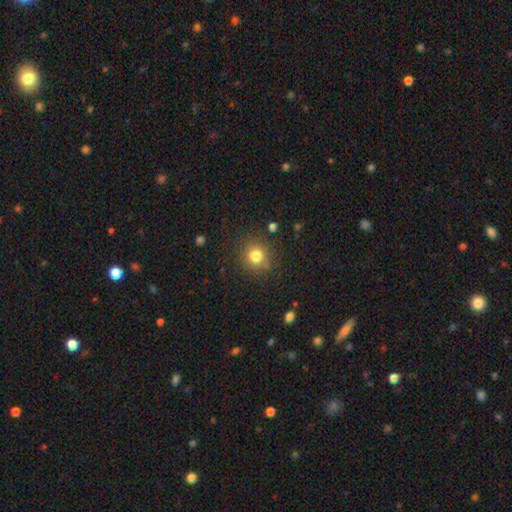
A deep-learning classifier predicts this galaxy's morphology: smooth 81%, star or artifact 13%, featured or disk 7%. Down the decision tree: how rounded — round (88%); merging — none (83%).